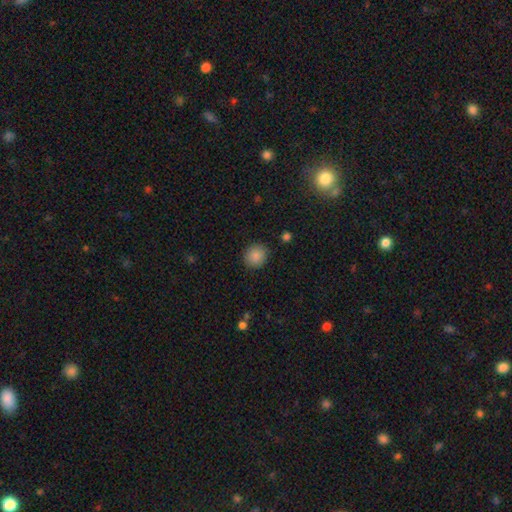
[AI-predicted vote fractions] Overall: smooth (87%). How rounded: round (83%). Merging: none (89%).